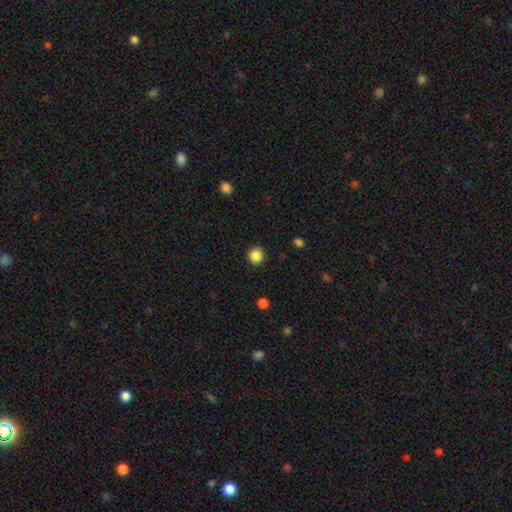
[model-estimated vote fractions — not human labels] smooth 86%, star or artifact 10%, featured or disk 3%. Down the decision tree: how rounded — round (94%); merging — none (92%).